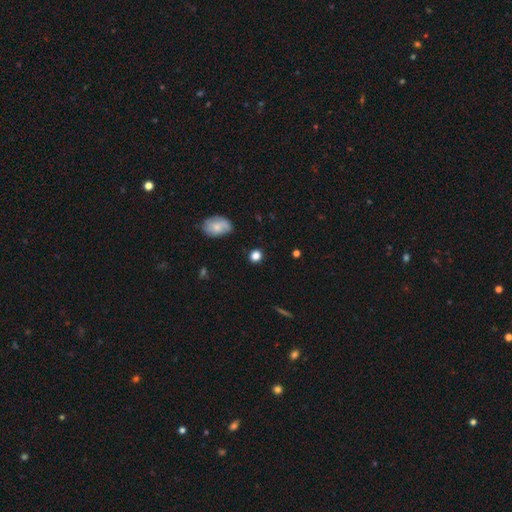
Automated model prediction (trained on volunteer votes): A smooth galaxy with no disk features (80%) that is round (80%). Merging: none (83%).